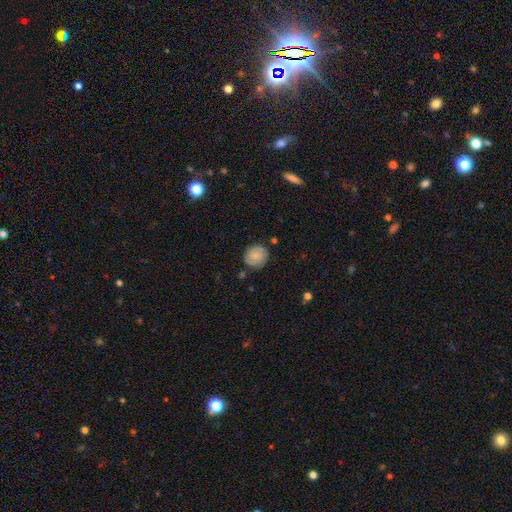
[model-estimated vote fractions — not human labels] Smooth or featured? Predicted: smooth (p=0.76). How rounded? Predicted: round (p=0.79). Merging? Predicted: none (p=0.78).